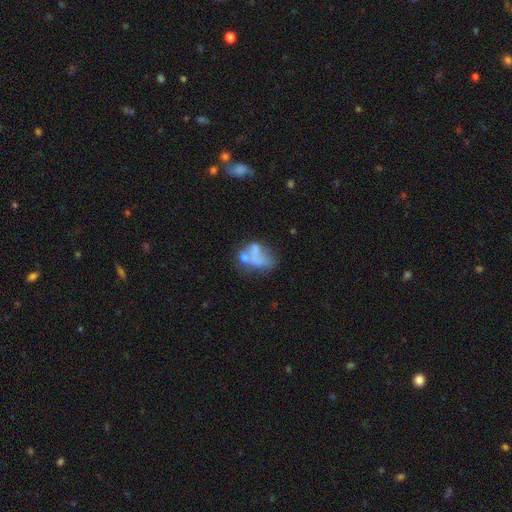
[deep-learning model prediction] Smooth or featured?
  - smooth: 48% *
  - featured or disk: 40%
  - star or artifact: 12%
Merging?
  - merger: 32% *
  - major disturbance: 31%
  - none: 21%
  - minor disturbance: 16%